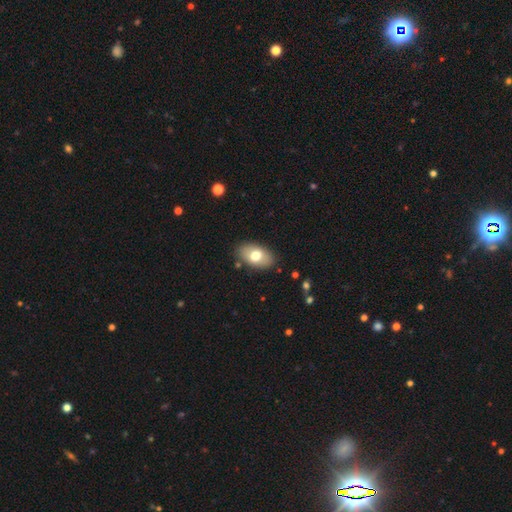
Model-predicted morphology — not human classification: Overall: smooth (71%). How rounded: in between (92%). Merging: none (85%).